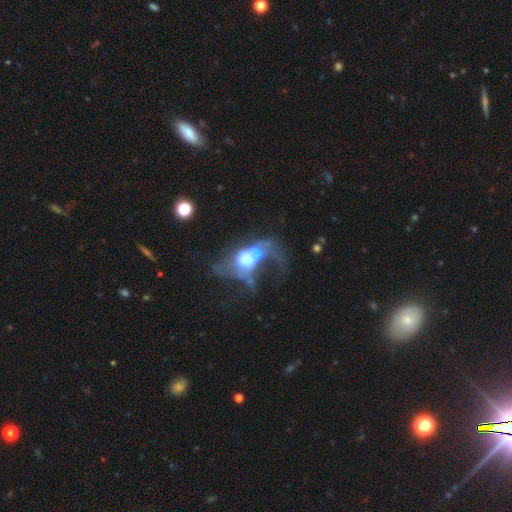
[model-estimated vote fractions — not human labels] This appears to be a featured or disk galaxy (54%) with no bar (81%), no spiral arms (71%) and a large central bulge (43%). Merging: major disturbance (41%, tied with merger).